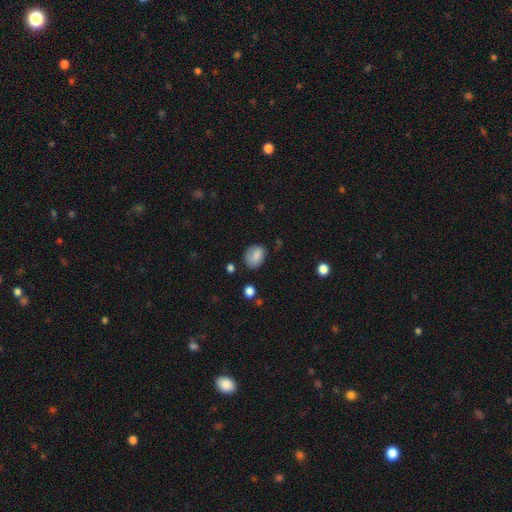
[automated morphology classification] This is likely a smooth galaxy (80%). How rounded: likely in between (69%). Merging: likely none (66%).